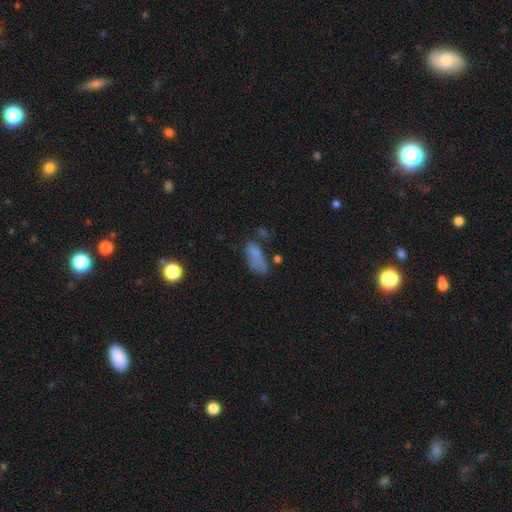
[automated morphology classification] The model was most divided on "merging": none: 40%, minor disturbance: 25%, major disturbance: 23%, merger: 12%. More confident: how rounded — in between (73%); smooth or featured — smooth (68%).